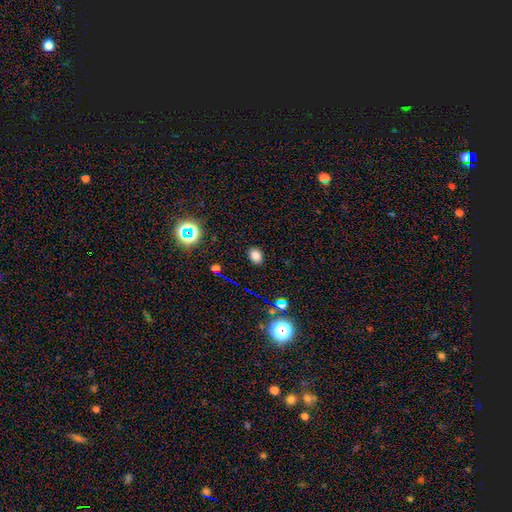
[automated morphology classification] A smooth galaxy with no disk features (76%) that is in between round and cigar-shaped (66%).

Vote fractions:
- Smooth or featured? smooth: 76% / star or artifact: 18% / featured or disk: 6%
- How rounded? in between: 66% / round: 33% / cigar-shaped: 1%
- Merging? none: 88% / minor disturbance: 8% / major disturbance: 3% / merger: 1%